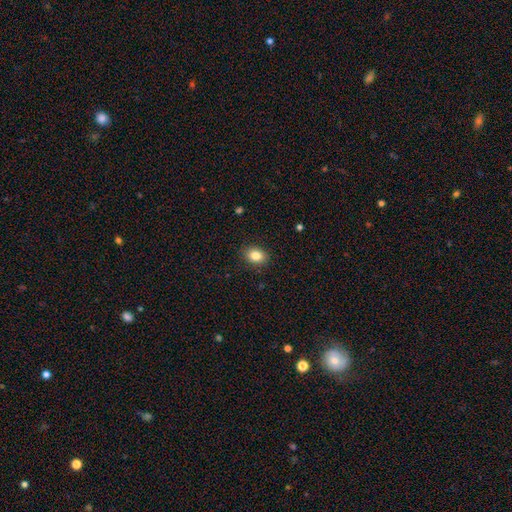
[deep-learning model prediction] Smooth or featured? Predicted: smooth (p=0.84). How rounded? Predicted: in between (p=0.65). Merging? Predicted: none (p=0.89).